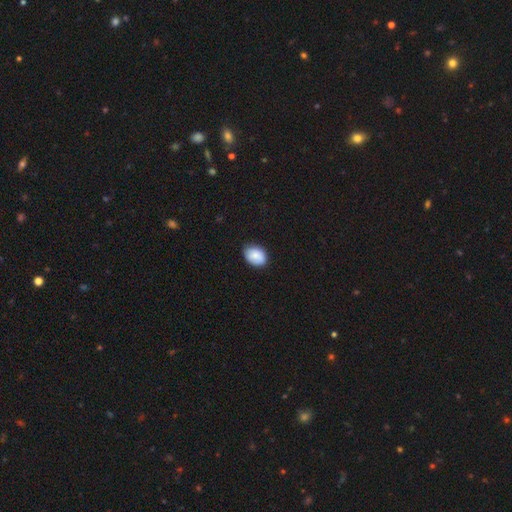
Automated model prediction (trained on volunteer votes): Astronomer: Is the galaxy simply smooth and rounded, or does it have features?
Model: smooth — 85%.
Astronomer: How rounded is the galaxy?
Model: in between — 73%.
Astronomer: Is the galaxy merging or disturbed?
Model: none — 78%.